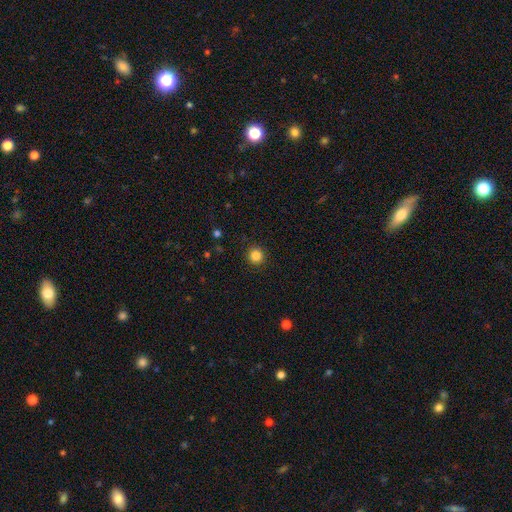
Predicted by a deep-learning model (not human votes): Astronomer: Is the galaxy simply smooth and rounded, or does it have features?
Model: smooth — 85%.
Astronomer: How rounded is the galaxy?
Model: round — 95%.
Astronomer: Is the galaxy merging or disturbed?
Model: none — 92%.